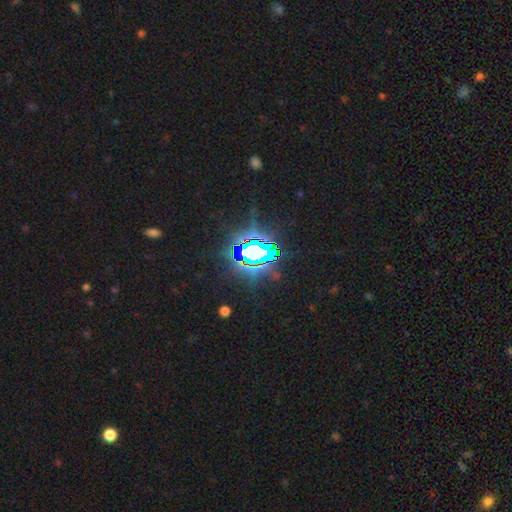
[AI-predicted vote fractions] A star or artifact, not a galaxy (78%).